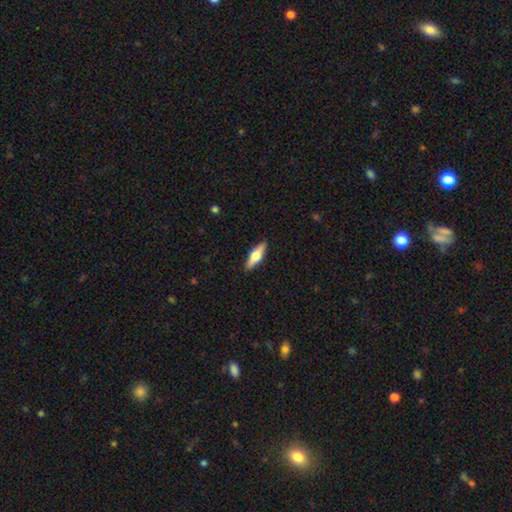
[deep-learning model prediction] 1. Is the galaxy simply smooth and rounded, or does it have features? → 47% smooth (tied), 47% featured or disk (tied), 6% star or artifact.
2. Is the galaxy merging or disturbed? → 90% none, 8% minor disturbance, 2% major disturbance, 1% merger.